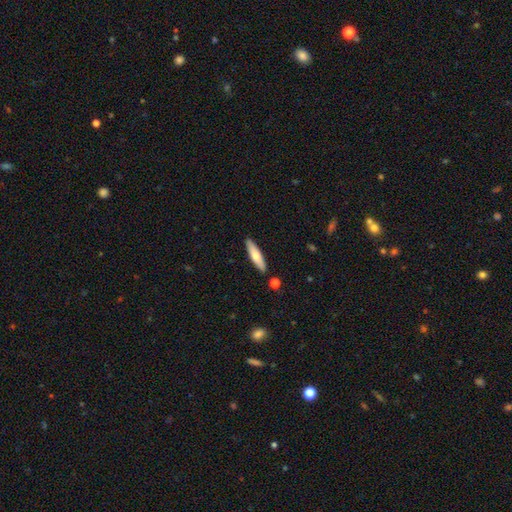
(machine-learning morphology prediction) smooth-or-featured: smooth: 68% | featured or disk: 26% | star or artifact: 5%
  how-rounded: cigar-shaped: 76% | in between: 23% | round: 2%
  merging: none: 89% | minor disturbance: 8% | merger: 2% | major disturbance: 1%